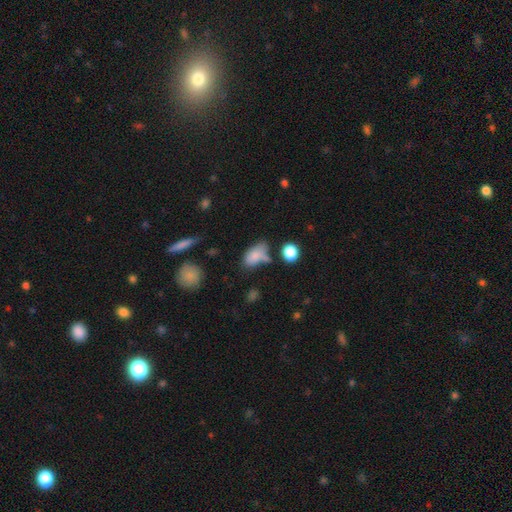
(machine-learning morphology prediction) type=smooth (79%); roundness=in between (89%); merging=none (46%).